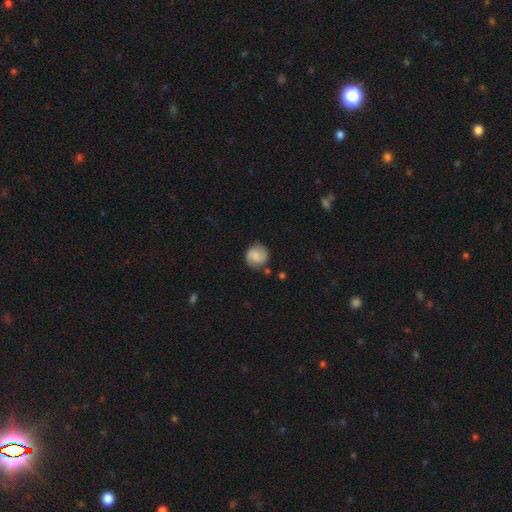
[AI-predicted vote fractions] Smooth or featured? smooth (59%)
How rounded? round (87%)
Merging? none (76%)